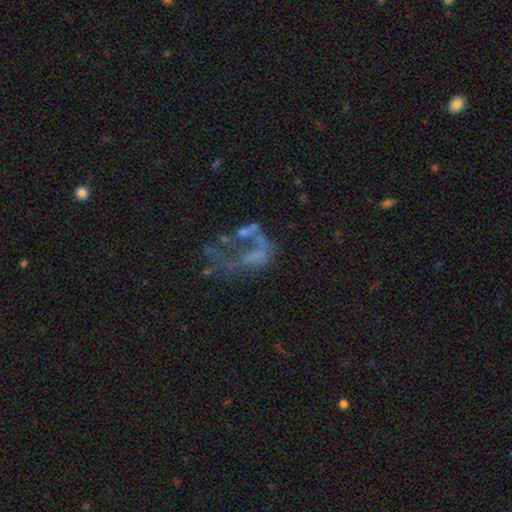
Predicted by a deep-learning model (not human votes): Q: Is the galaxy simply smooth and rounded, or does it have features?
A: featured or disk — 54%.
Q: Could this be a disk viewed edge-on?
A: no — 97%.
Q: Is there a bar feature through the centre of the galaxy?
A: no — 87%.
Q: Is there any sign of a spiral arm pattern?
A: no — 89%.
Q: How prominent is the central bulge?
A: none — 76%.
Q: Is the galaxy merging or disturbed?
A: major disturbance — 44%.